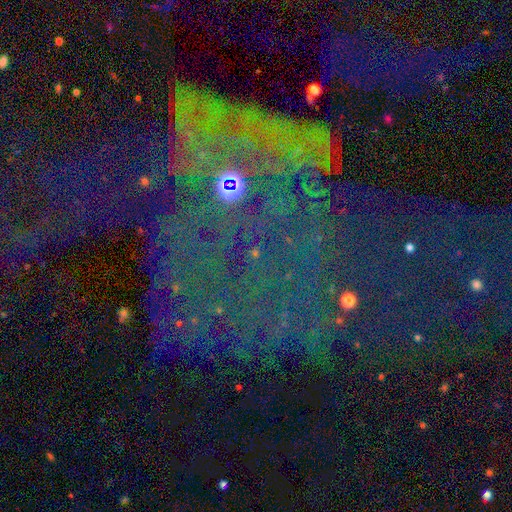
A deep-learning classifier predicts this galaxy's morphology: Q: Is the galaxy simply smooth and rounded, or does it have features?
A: star or artifact — 64%.